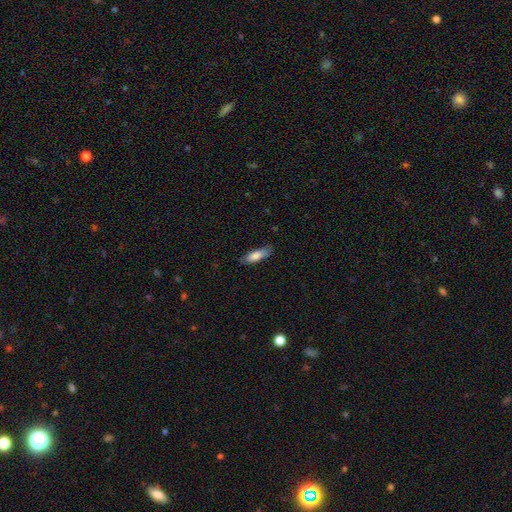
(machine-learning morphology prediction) Smooth or featured? Predicted: smooth (p=0.81). How rounded? Predicted: in between (p=0.56). Merging? Predicted: none (p=0.78).